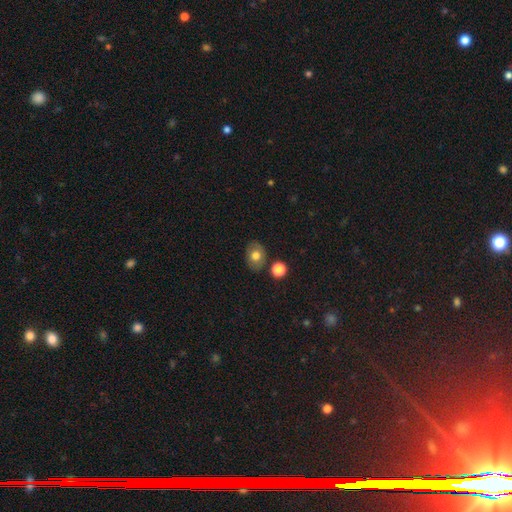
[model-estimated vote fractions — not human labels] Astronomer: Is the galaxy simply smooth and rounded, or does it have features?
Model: smooth — 74%.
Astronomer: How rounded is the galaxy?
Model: in between — 62%.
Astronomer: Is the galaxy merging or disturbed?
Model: none — 80%.